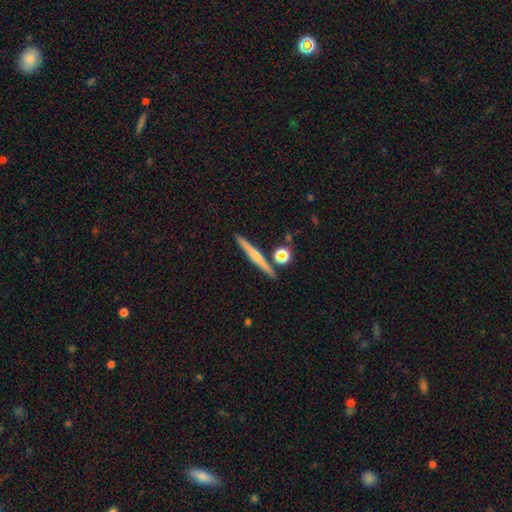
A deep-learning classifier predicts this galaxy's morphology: This appears to be a featured or disk galaxy (54%) viewed edge-on (97%) with a rounded central bulge (61%). Merging: none (85%).